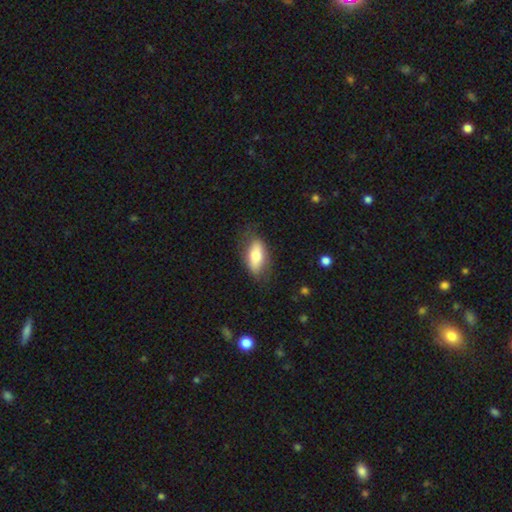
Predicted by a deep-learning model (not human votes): Overall: smooth (70%). How rounded: in between (85%). Merging: none (73%).